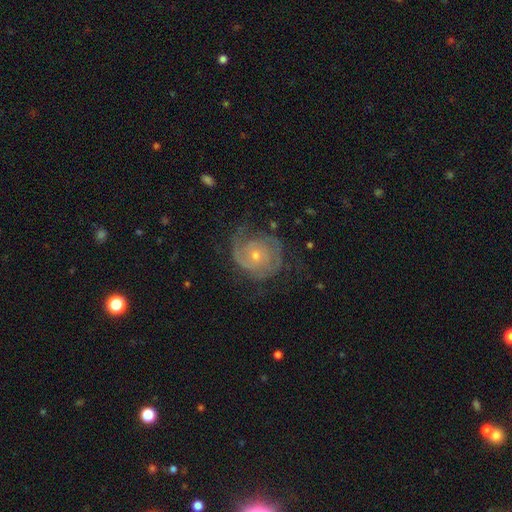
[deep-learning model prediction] Q: Smooth or featured?
A: featured or disk (81%); runner-up: smooth (13%)
Q: Edge-on disk?
A: no (98%); runner-up: yes (2%)
Q: Bar?
A: no (74%); runner-up: weak (22%)
Q: Spiral arms?
A: yes (93%); runner-up: no (7%)
Q: Spiral winding?
A: tight (58%); runner-up: medium (31%)
Q: Spiral arm count?
A: 2 (38%); runner-up: can't tell (28%)
Q: Bulge size?
A: small (64%); runner-up: moderate (33%)
Q: Merging?
A: none (59%); runner-up: minor disturbance (22%)